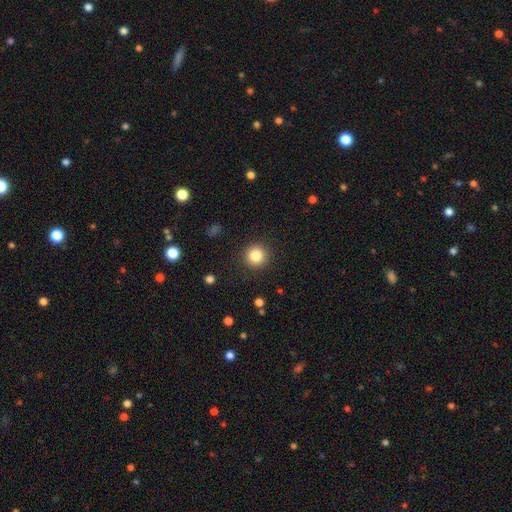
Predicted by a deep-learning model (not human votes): Smooth or featured? smooth (84%)
How rounded? round (95%)
Merging? none (91%)